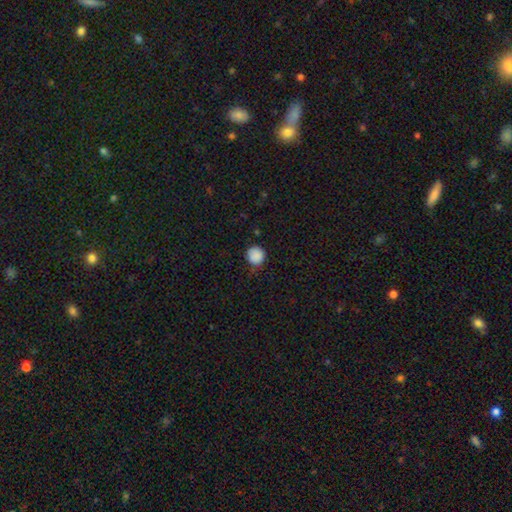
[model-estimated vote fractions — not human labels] smooth-or-featured: smooth: 88% | star or artifact: 9% | featured or disk: 3%
  how-rounded: round: 94% | in between: 6% | cigar-shaped: 1%
  merging: none: 84% | minor disturbance: 13% | major disturbance: 3% | merger: 1%